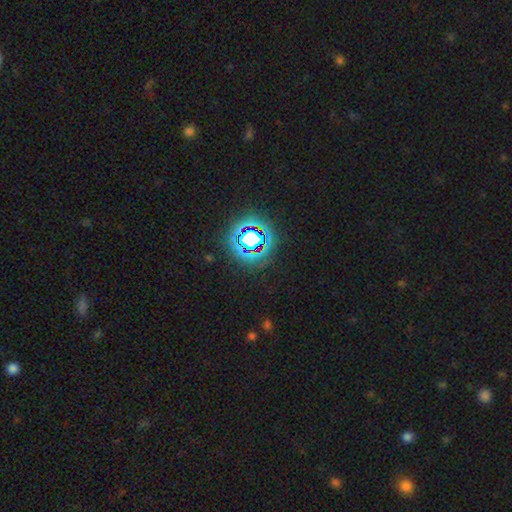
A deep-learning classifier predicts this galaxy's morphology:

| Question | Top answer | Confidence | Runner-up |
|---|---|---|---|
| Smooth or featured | star or artifact | 79% | smooth (14%) |